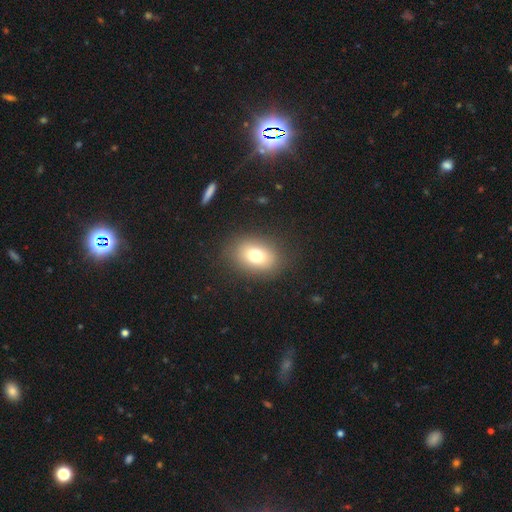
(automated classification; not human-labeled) smooth 75%, featured or disk 13%, star or artifact 12%. Down the decision tree: how rounded — in between (71%); merging — none (85%).